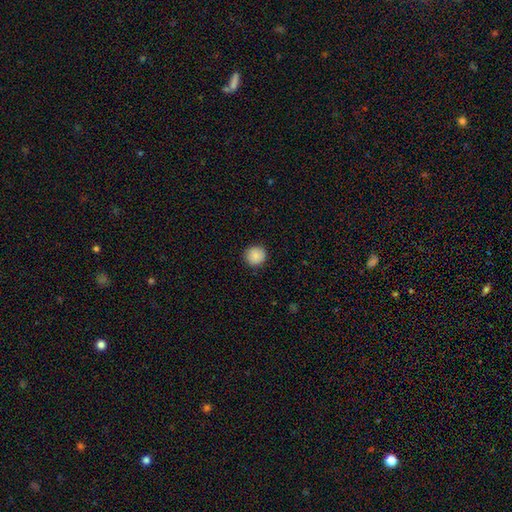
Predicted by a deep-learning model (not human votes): smooth_or_featured: smooth (p=0.87) [alt: star or artifact p=0.08]
how_rounded: round (p=0.93) [alt: in between p=0.06]
merging: none (p=0.90) [alt: minor disturbance p=0.07]